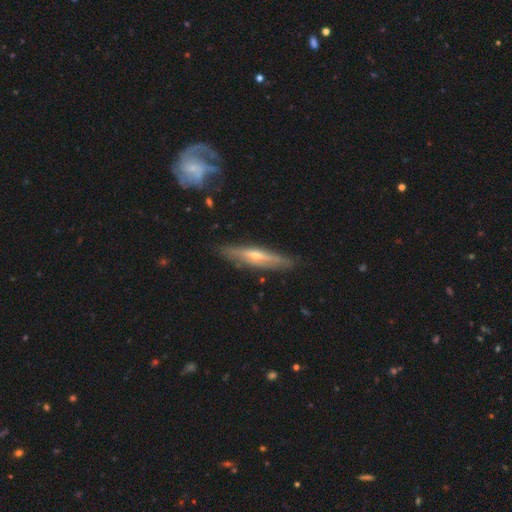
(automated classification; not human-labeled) smooth-or-featured: featured or disk: 70% | smooth: 24% | star or artifact: 6%
  disk-edge-on: yes: 89% | no: 11%
    edge-on-bulge: rounded: 79% | none: 16% | boxy: 5%
  merging: none: 83% | minor disturbance: 12% | major disturbance: 3% | merger: 2%